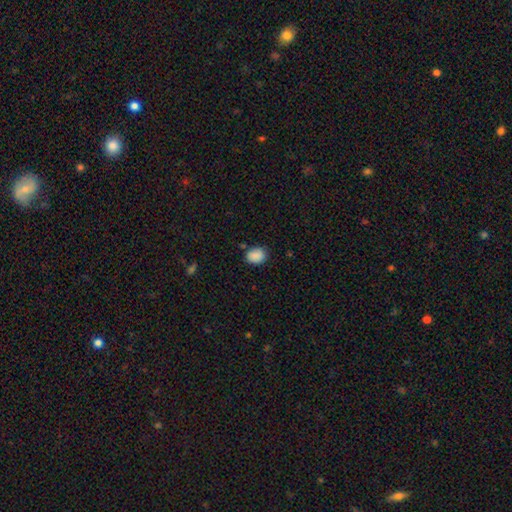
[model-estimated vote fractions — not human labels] Morphology: type=smooth (89%); roundness=in between (60%); merging=none (80%).